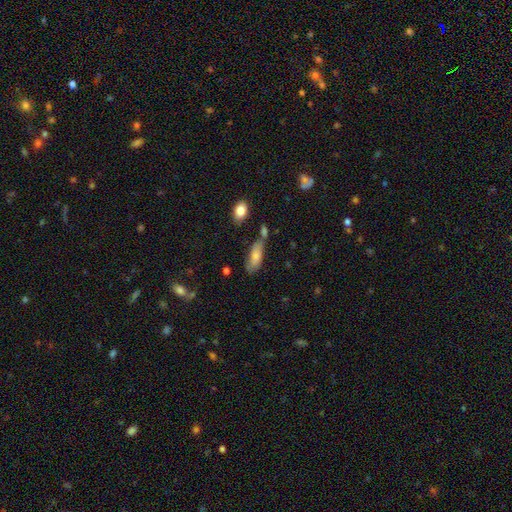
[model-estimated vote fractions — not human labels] The model was most divided on "merging": none: 51%, minor disturbance: 26%, merger: 14%, major disturbance: 9%. More confident: how rounded — in between (72%); smooth or featured — smooth (70%).